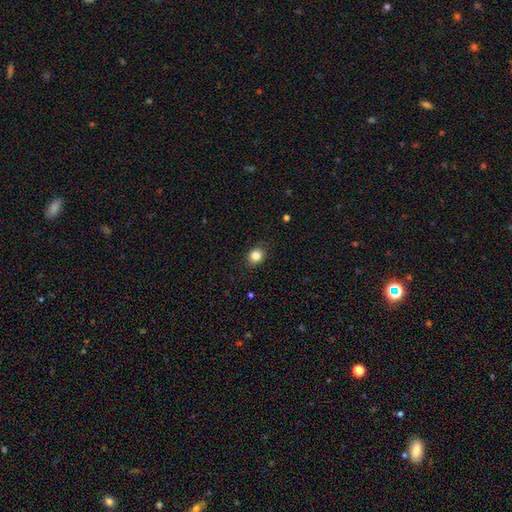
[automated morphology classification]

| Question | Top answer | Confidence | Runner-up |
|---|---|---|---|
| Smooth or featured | smooth | 84% | star or artifact (11%) |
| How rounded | round | 66% | in between (33%) |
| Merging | none | 86% | minor disturbance (10%) |